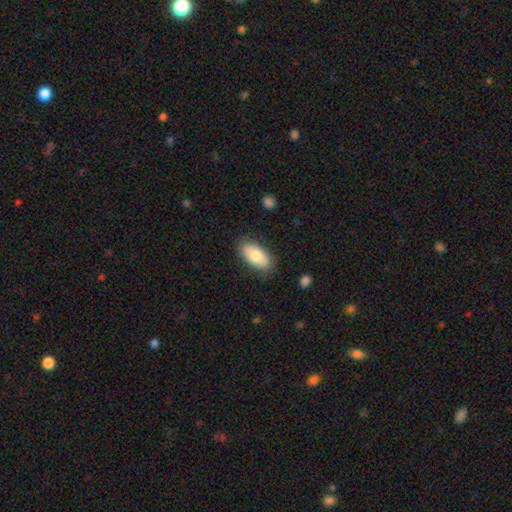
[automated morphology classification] Smooth or featured? smooth (78%)
How rounded? in between (93%)
Merging? none (82%)